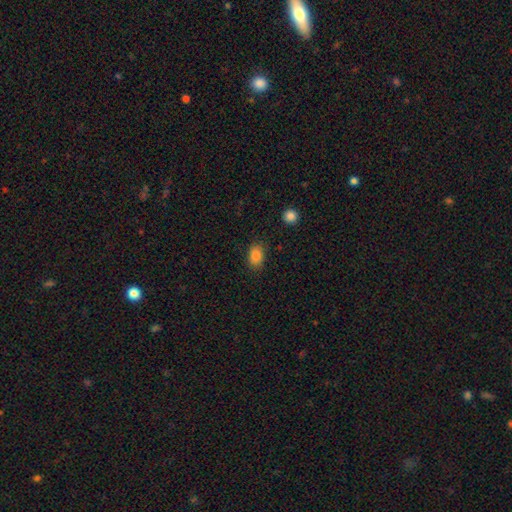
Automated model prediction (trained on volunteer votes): Overall: smooth (86%). How rounded: in between (81%). Merging: none (83%).